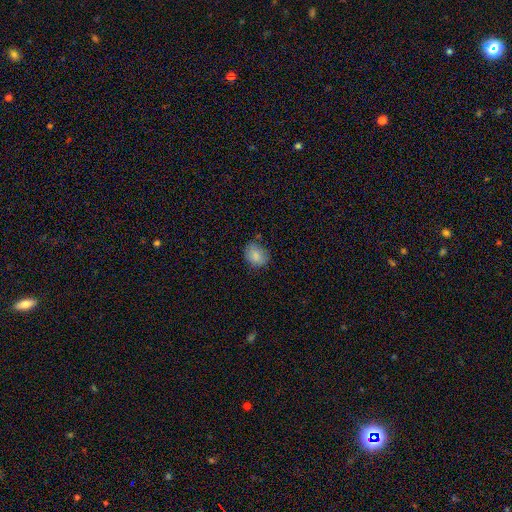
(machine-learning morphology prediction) smooth_or_featured: smooth (p=0.85) [alt: star or artifact p=0.08]
how_rounded: in between (p=0.50) [alt: round p=0.49]
merging: none (p=0.71) [alt: minor disturbance p=0.22]